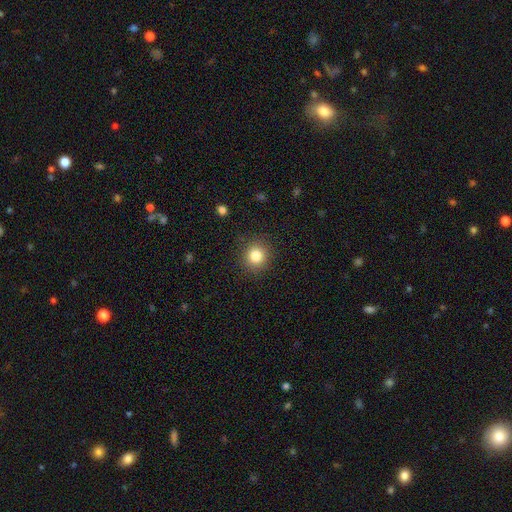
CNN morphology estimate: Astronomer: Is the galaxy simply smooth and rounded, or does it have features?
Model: smooth — 83%.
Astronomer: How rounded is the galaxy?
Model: round — 90%.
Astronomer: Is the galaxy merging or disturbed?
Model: none — 89%.